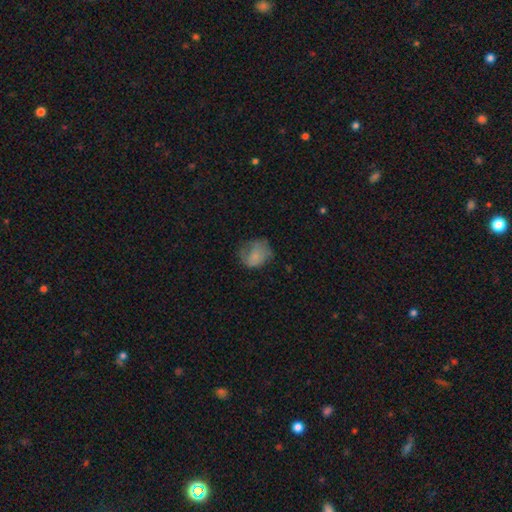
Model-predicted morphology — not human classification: Smooth or featured?
  - smooth: 70% *
  - featured or disk: 20%
  - star or artifact: 10%
How rounded?
  - round: 58% *
  - in between: 41%
  - cigar-shaped: 1%
Merging?
  - none: 47% *
  - minor disturbance: 30%
  - major disturbance: 22%
  - merger: 2%